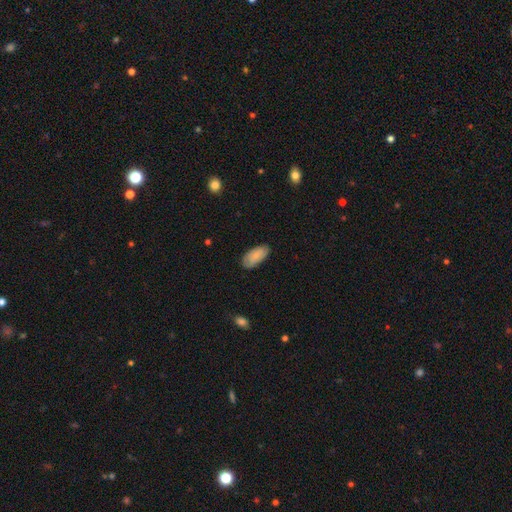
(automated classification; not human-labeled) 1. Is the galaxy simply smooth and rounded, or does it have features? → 82% smooth, 12% featured or disk, 6% star or artifact.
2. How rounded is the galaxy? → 93% in between, 5% cigar-shaped, 2% round.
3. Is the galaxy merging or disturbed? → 78% none, 18% minor disturbance, 3% major disturbance, 1% merger.